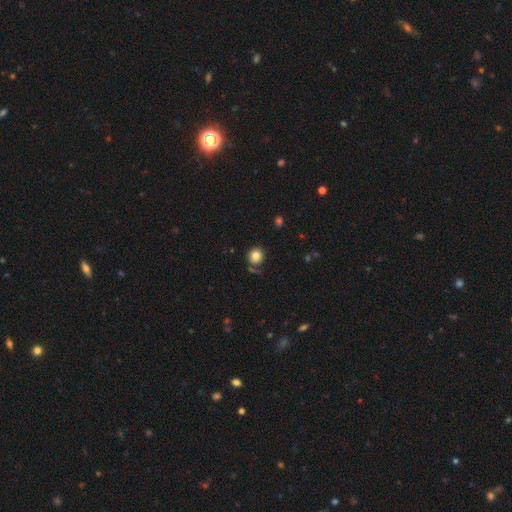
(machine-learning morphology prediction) The model was most divided on "merging": none: 75%, minor disturbance: 12%, merger: 6%, major disturbance: 6%. More confident: how rounded — round (90%); smooth or featured — smooth (81%).